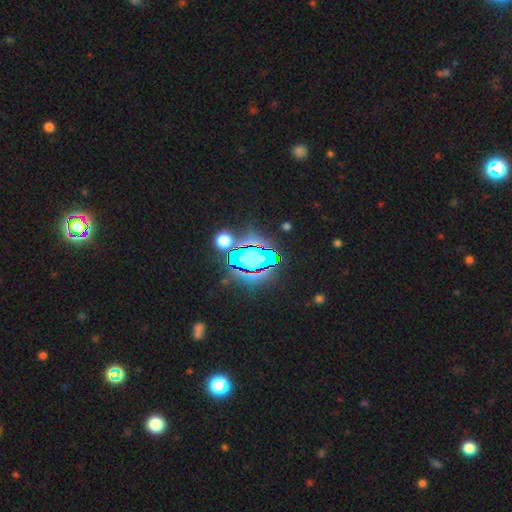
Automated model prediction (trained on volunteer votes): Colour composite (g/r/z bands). It shows a star or artifact, not a galaxy (74%).